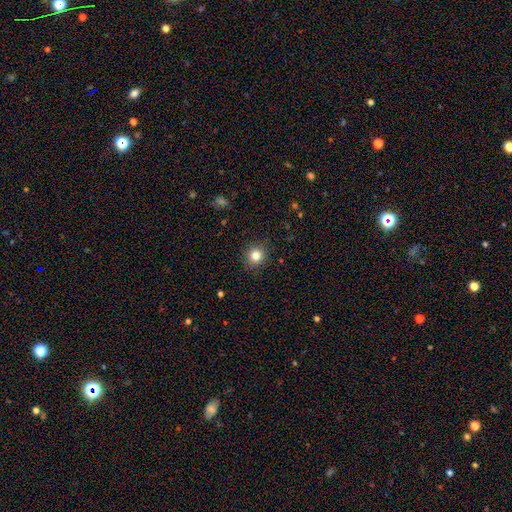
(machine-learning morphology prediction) Q: Smooth or featured?
A: smooth (82%); runner-up: star or artifact (12%)
Q: How rounded?
A: round (89%); runner-up: in between (10%)
Q: Merging?
A: none (90%); runner-up: minor disturbance (7%)